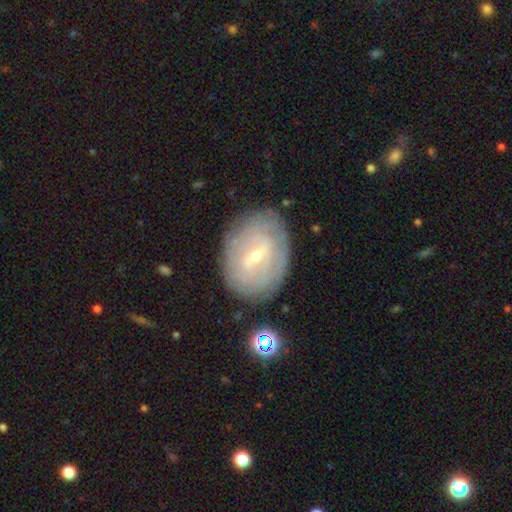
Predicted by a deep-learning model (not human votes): Smooth or featured?
  - featured or disk: 72% *
  - smooth: 22%
  - star or artifact: 7%
Edge-on disk?
  - no: 94% *
  - yes: 6%
Bar?
  - weak: 55% *
  - strong: 28%
  - no: 17%
Spiral arms?
  - yes: 65% *
  - no: 35%
Bulge size?
  - small: 66% *
  - moderate: 31%
  - large: 1%
  - none: 1%
  - dominant: 1%
Merging?
  - none: 79% *
  - minor disturbance: 15%
  - major disturbance: 4%
  - merger: 2%